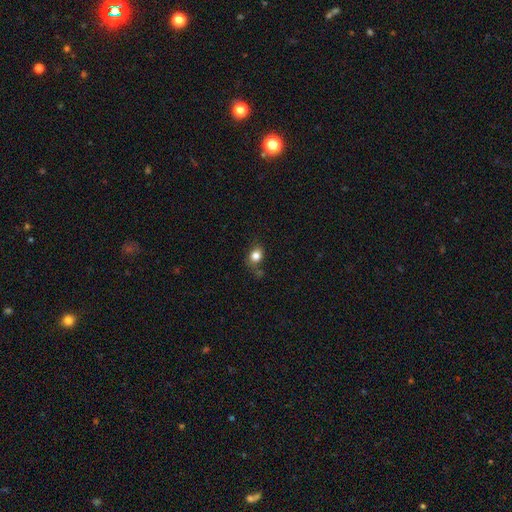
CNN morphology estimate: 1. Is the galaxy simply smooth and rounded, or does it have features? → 81% smooth, 11% star or artifact, 8% featured or disk.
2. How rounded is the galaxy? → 53% in between, 46% round, 1% cigar-shaped.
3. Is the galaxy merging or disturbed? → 66% none, 21% minor disturbance, 7% merger, 6% major disturbance.